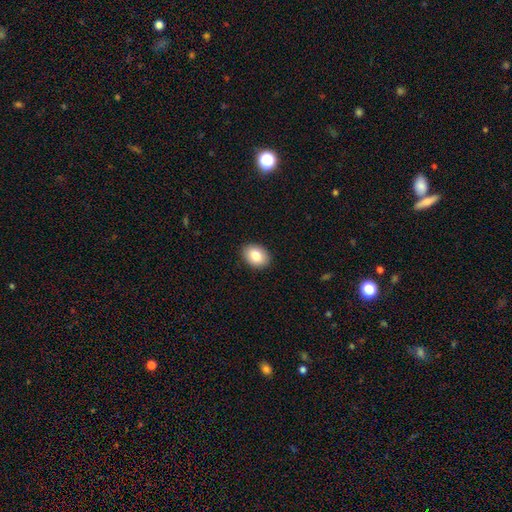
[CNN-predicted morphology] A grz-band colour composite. It shows a smooth galaxy with no disk features (82%) that is in between round and cigar-shaped (72%). Merging: none (90%).